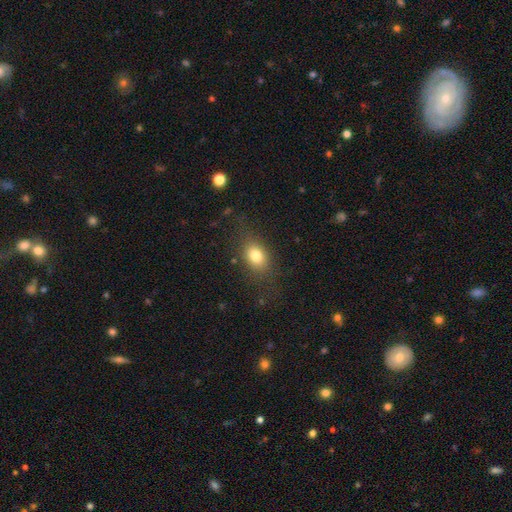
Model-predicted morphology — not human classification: smooth_or_featured: smooth (p=0.78) [alt: featured or disk p=0.11]
how_rounded: in between (p=0.70) [alt: round p=0.28]
merging: none (p=0.75) [alt: minor disturbance p=0.15]